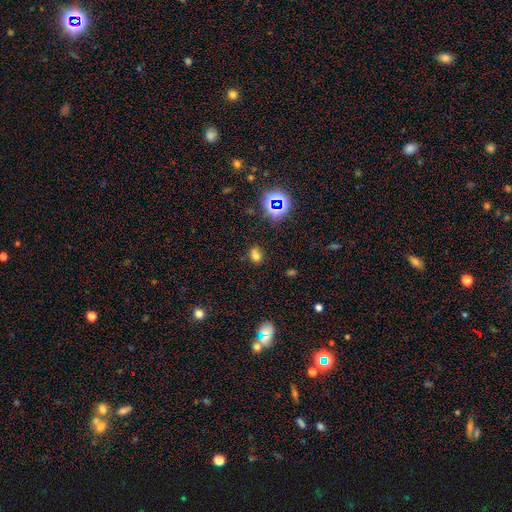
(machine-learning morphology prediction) smooth_or_featured: smooth (p=0.64) [alt: star or artifact p=0.26]
how_rounded: round (p=0.52) [alt: in between p=0.46]
merging: none (p=0.59) [alt: minor disturbance p=0.17]